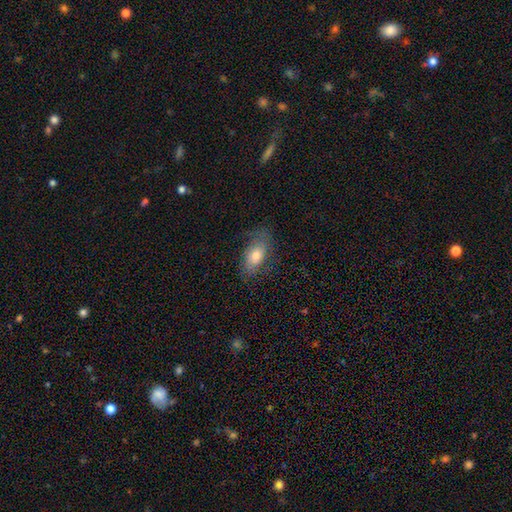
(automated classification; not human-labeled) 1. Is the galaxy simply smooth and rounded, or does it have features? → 63% smooth, 28% featured or disk, 9% star or artifact.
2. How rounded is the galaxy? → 85% in between, 9% cigar-shaped, 6% round.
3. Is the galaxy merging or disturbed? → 69% none, 21% minor disturbance, 9% major disturbance, 1% merger.